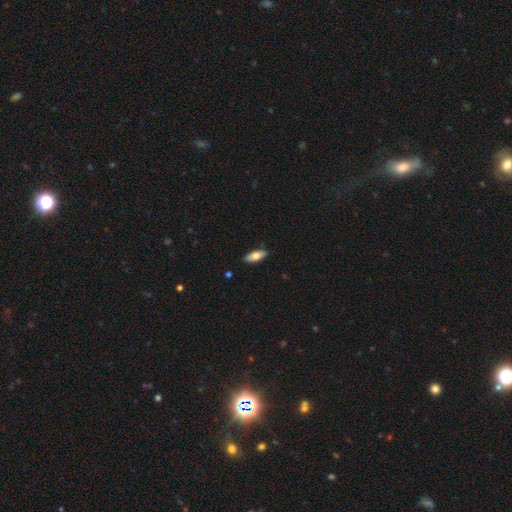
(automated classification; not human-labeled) Overall: smooth (77%). How rounded: in between (79%). Merging: none (87%).